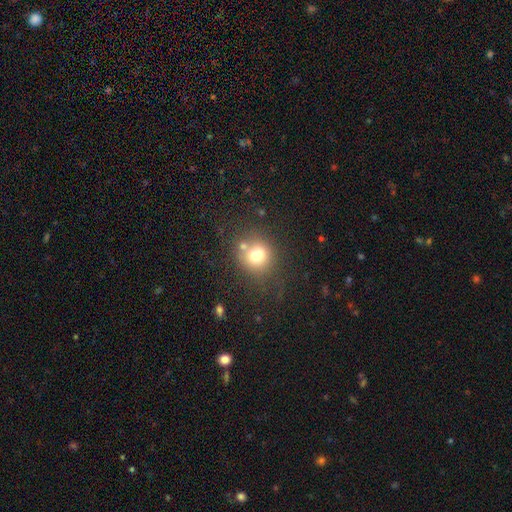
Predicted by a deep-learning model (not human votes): Morphology: type=smooth (70%); roundness=round (76%); merging=none (56%).